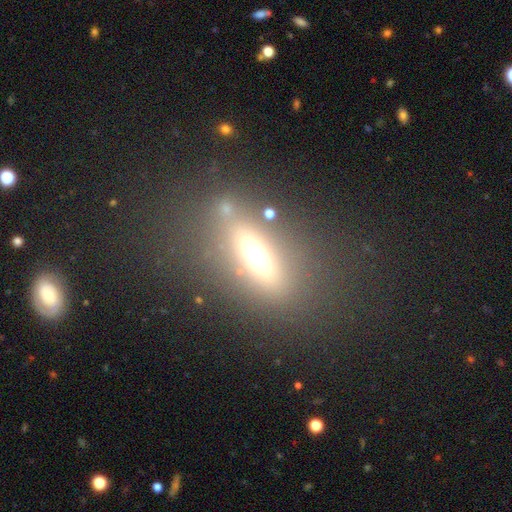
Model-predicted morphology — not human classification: smooth_or_featured: smooth (p=0.51) [alt: featured or disk p=0.33]
how_rounded: in between (p=0.61) [alt: cigar-shaped p=0.33]
merging: none (p=0.75) [alt: minor disturbance p=0.12]